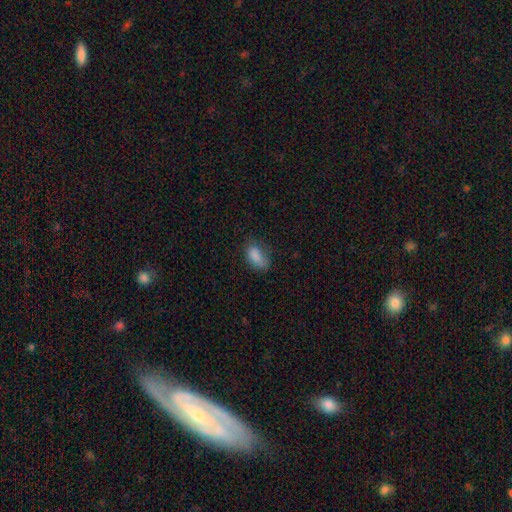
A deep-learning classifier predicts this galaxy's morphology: type=smooth (84%); roundness=in between (91%); merging=none (62%).